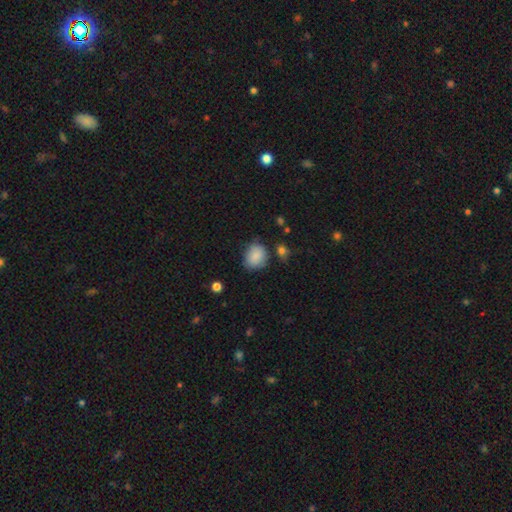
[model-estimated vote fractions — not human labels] smooth_or_featured: smooth (p=0.87) [alt: star or artifact p=0.08]
how_rounded: in between (p=0.55) [alt: round p=0.44]
merging: none (p=0.69) [alt: minor disturbance p=0.23]